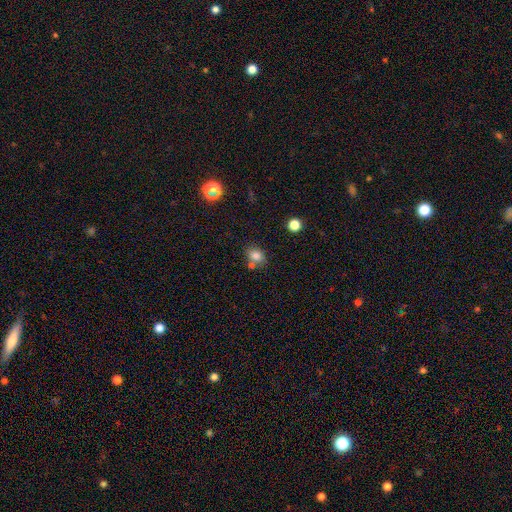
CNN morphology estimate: type=smooth (80%); roundness=in between (57%); merging=none (62%).